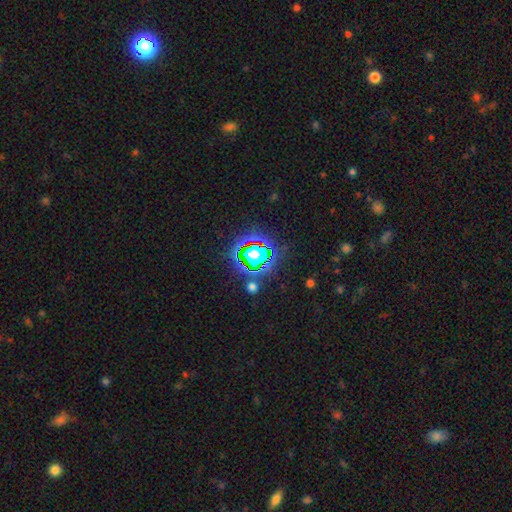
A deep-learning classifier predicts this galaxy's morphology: Smooth or featured: star or artifact — 79% (smooth — 13%)